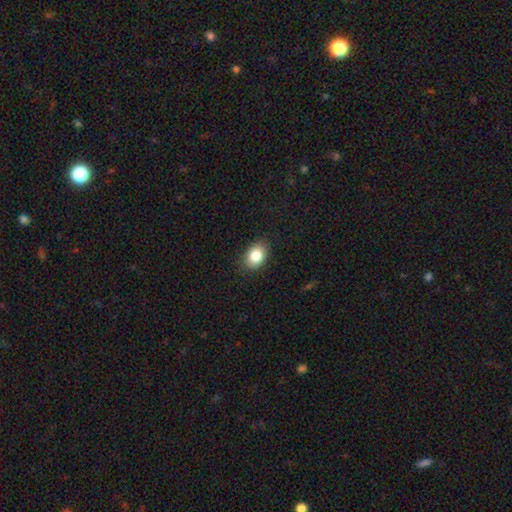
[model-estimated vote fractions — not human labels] Morphology: type=smooth (84%); roundness=in between (75%); merging=none (86%).